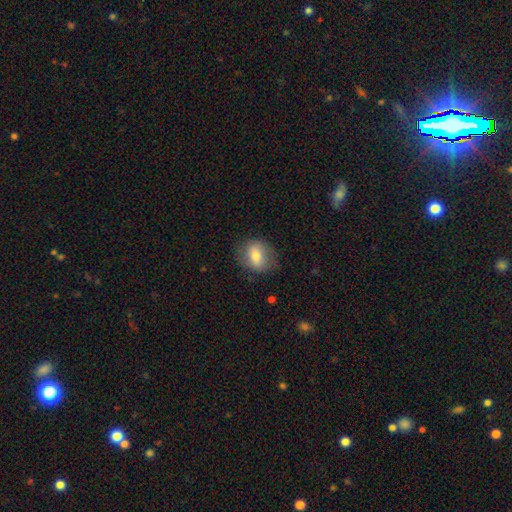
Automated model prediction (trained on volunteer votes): Smooth or featured: smooth — 72% (featured or disk — 20%)
How rounded: in between — 52% (round — 46%)
Merging: none — 76% (minor disturbance — 17%)